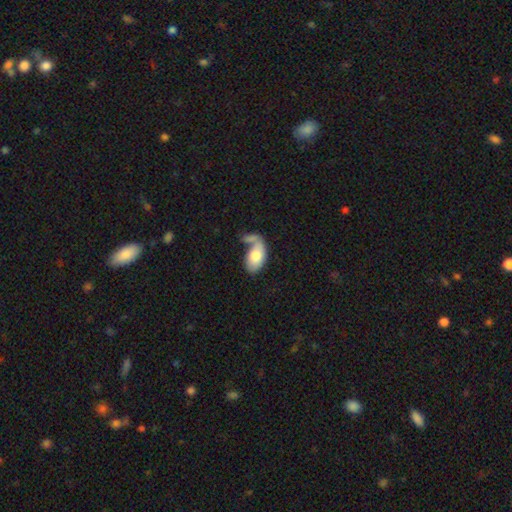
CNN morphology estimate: Q: Smooth or featured?
A: smooth (69%); runner-up: featured or disk (26%)
Q: How rounded?
A: in between (93%); runner-up: round (5%)
Q: Merging?
A: merger (39%); runner-up: none (26%)